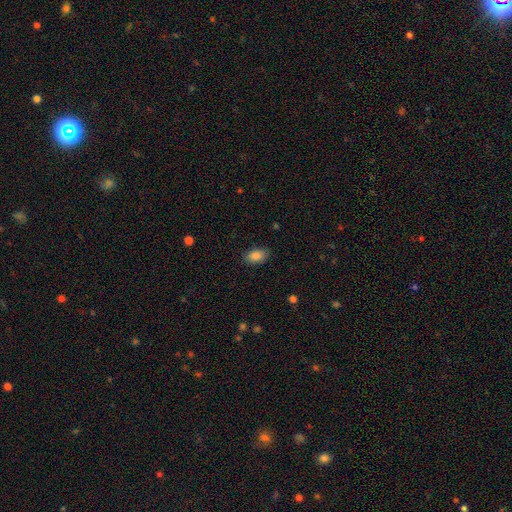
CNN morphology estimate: This appears to be a smooth galaxy with no disk features (86%) that is in between round and cigar-shaped (92%). Merging: none (85%).